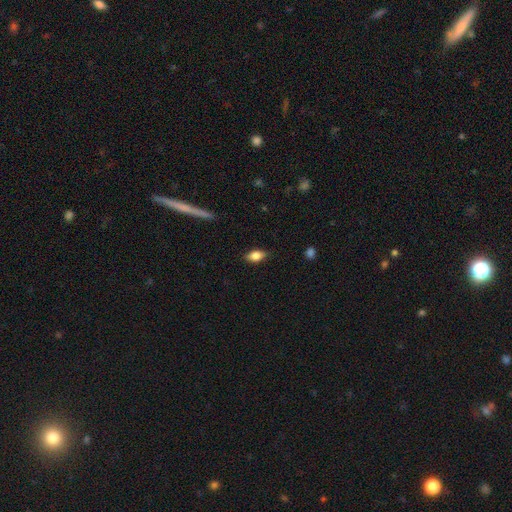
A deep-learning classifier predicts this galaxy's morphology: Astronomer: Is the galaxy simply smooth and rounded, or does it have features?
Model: smooth — 81%.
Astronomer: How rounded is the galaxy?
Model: in between — 87%.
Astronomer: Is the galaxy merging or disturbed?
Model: none — 82%.